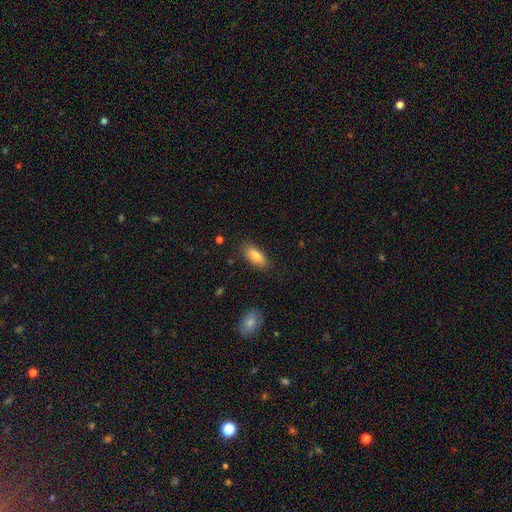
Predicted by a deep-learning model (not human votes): Overall: smooth (84%). How rounded: in between (83%). Merging: none (85%).